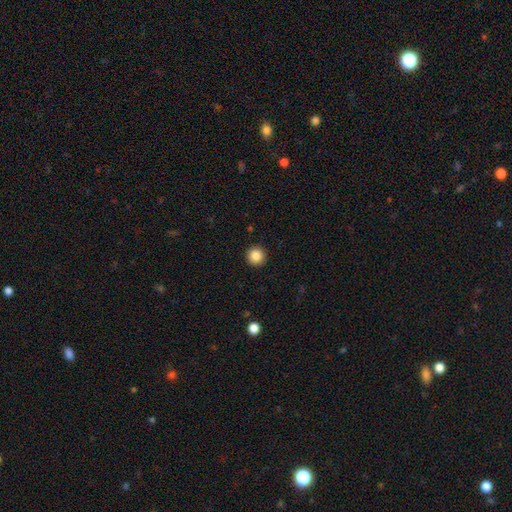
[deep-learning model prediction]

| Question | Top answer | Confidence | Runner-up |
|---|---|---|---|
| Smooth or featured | smooth | 86% | star or artifact (10%) |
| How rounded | round | 96% | in between (3%) |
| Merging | none | 93% | minor disturbance (4%) |